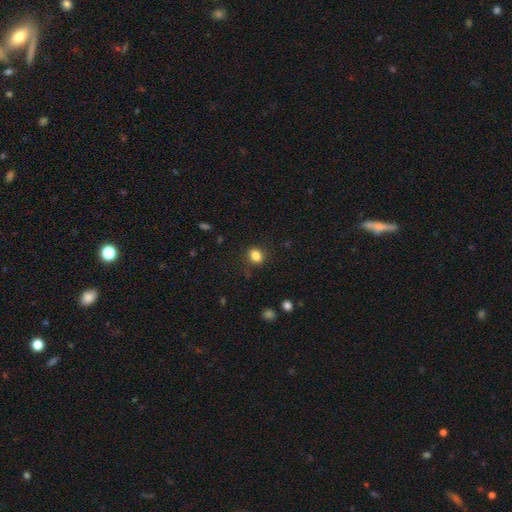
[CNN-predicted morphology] Smooth or featured? smooth (84%)
How rounded? in between (52%)
Merging? none (84%)